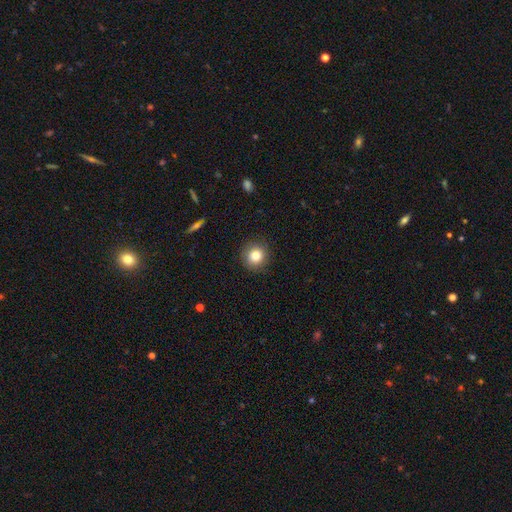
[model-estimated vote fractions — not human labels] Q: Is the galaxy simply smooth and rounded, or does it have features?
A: smooth — 83%.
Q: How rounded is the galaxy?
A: round — 91%.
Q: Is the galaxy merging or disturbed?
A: none — 89%.